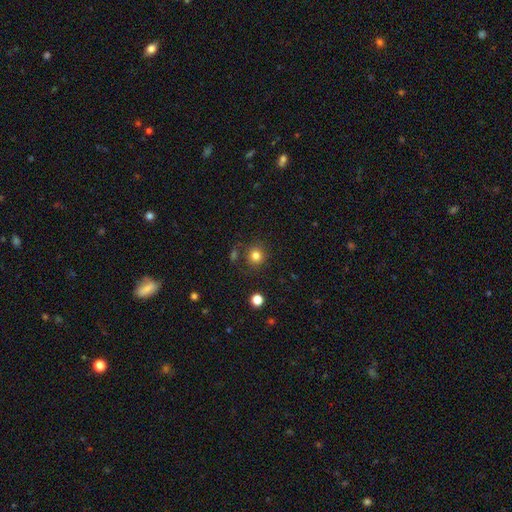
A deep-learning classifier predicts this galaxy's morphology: Q: Smooth or featured?
A: smooth (81%); runner-up: star or artifact (13%)
Q: How rounded?
A: round (91%); runner-up: in between (9%)
Q: Merging?
A: none (81%); runner-up: minor disturbance (10%)